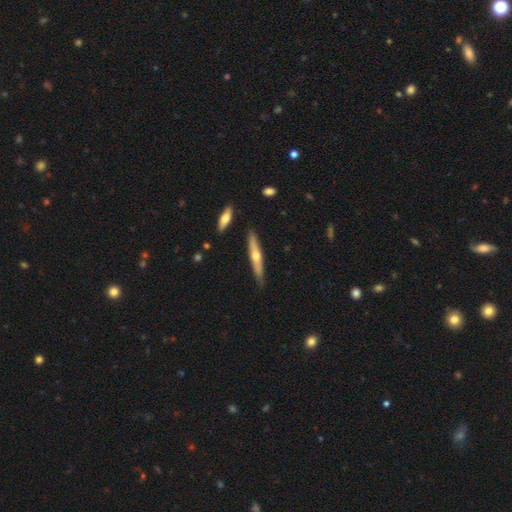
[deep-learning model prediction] smooth_or_featured: featured or disk (p=0.56) [alt: smooth p=0.38]
disk_edge_on: yes (p=0.93) [alt: no p=0.07]
edge_on_bulge: rounded (p=0.87) [alt: none p=0.10]
merging: none (p=0.85) [alt: minor disturbance p=0.11]